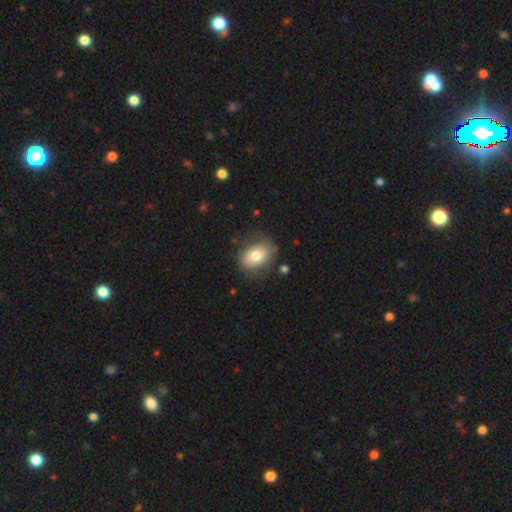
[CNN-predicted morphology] Smooth or featured? smooth (72%)
How rounded? in between (64%)
Merging? none (74%)